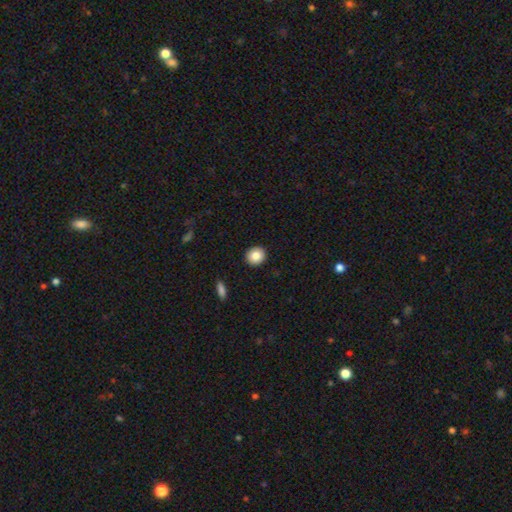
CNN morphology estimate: This appears to be a smooth galaxy with no disk features (85%) that is round (85%). Merging: none (93%).